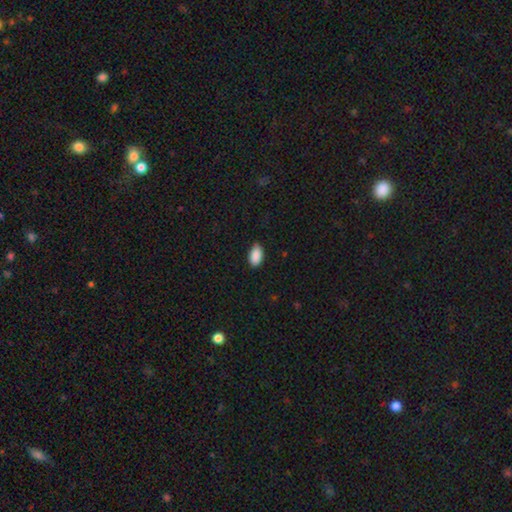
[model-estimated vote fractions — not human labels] smooth 90%, star or artifact 7%, featured or disk 3%. Down the decision tree: how rounded — in between (94%); merging — none (81%).